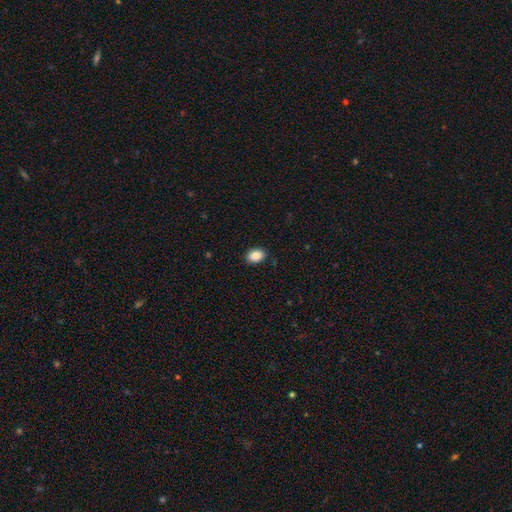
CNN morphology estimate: smooth-or-featured: smooth: 88% | star or artifact: 8% | featured or disk: 4%
  how-rounded: in between: 79% | round: 20% | cigar-shaped: 1%
  merging: none: 89% | minor disturbance: 8% | major disturbance: 2% | merger: 1%